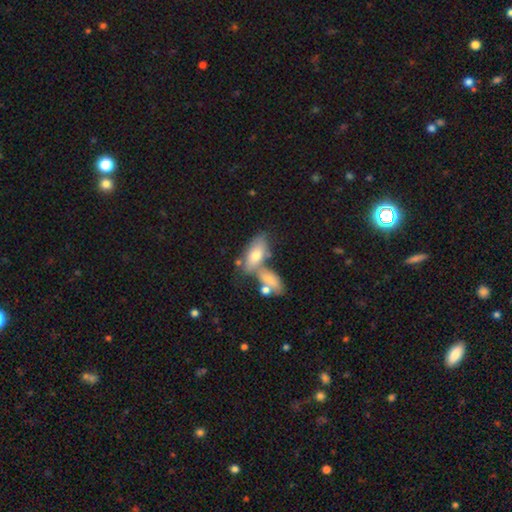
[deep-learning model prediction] Overall: smooth (70%). How rounded: in between (85%). Merging: merger (43%; none 37%).